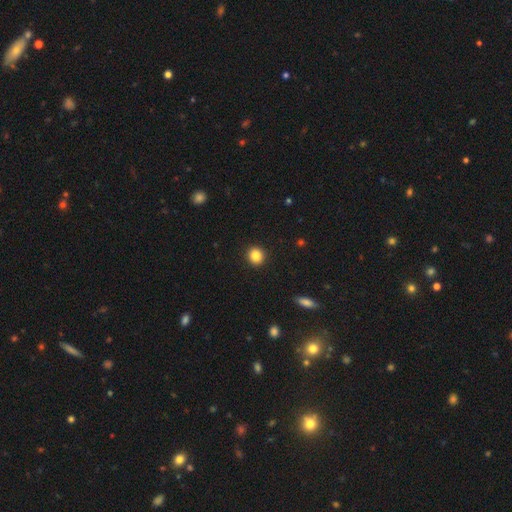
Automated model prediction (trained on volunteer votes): Smooth or featured? smooth (86%)
How rounded? round (89%)
Merging? none (93%)